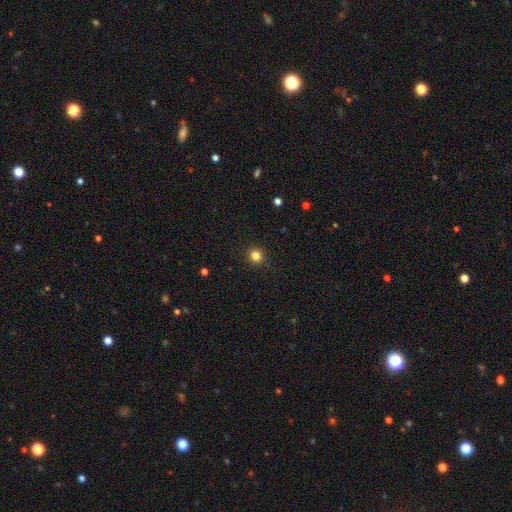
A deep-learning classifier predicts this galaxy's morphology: smooth_or_featured: smooth (p=0.83) [alt: star or artifact p=0.13]
how_rounded: round (p=0.93) [alt: in between p=0.06]
merging: none (p=0.92) [alt: minor disturbance p=0.05]